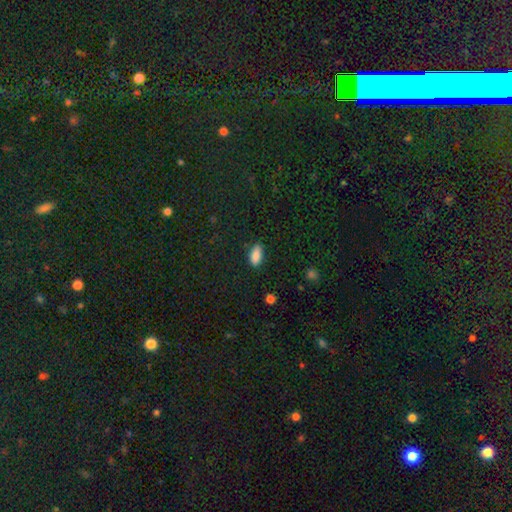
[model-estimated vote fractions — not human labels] This is clearly a smooth galaxy (87%). How rounded: clearly in between (87%). Merging: clearly none (83%).